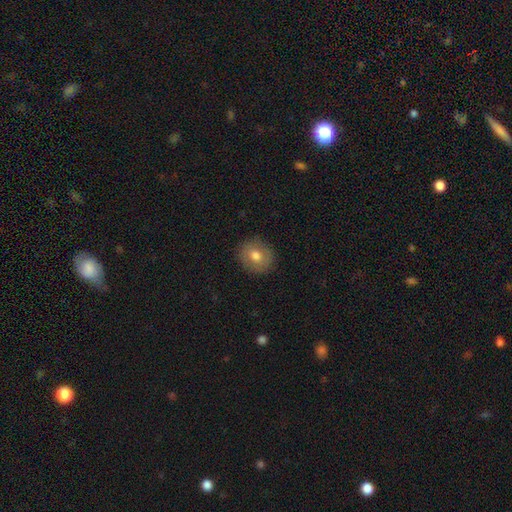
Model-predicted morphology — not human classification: smooth_or_featured: smooth (p=0.72) [alt: featured or disk p=0.19]
how_rounded: round (p=0.79) [alt: in between p=0.20]
merging: none (p=0.87) [alt: minor disturbance p=0.09]